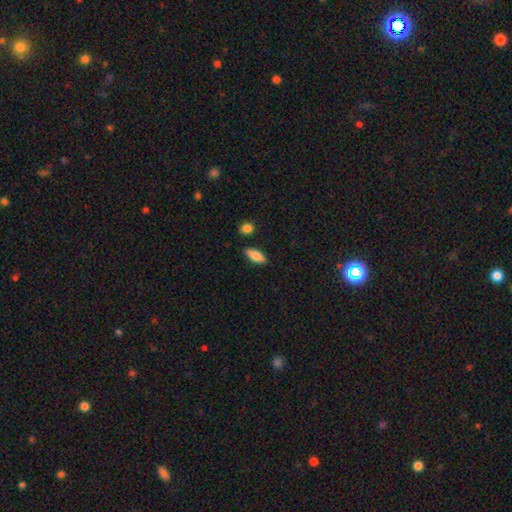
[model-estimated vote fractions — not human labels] A smooth galaxy with no disk features (81%) that is in between round and cigar-shaped (78%).

Vote fractions:
- Smooth or featured? smooth: 81% / featured or disk: 13% / star or artifact: 6%
- How rounded? in between: 78% / cigar-shaped: 19% / round: 3%
- Merging? none: 85% / minor disturbance: 10% / merger: 3% / major disturbance: 2%